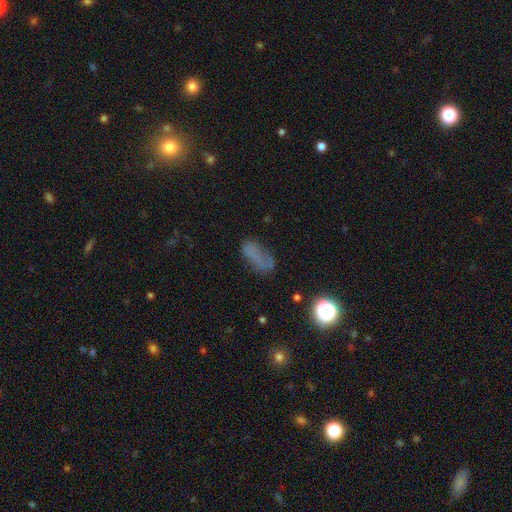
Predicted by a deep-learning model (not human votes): A smooth galaxy with no disk features (54%) that is in between round and cigar-shaped (76%). Merging: none (49%).